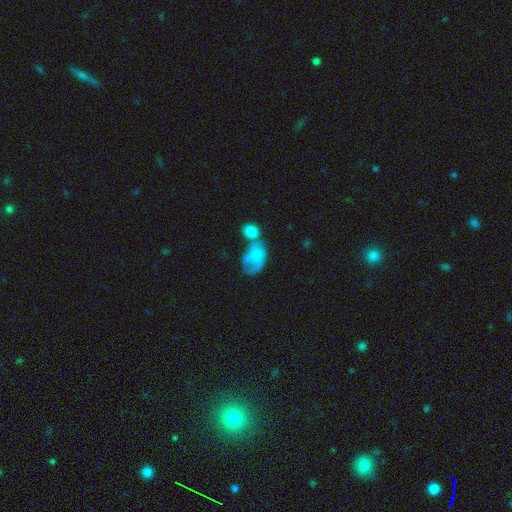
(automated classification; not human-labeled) Overall: smooth (67%). How rounded: in between (82%). Merging: merger (40%; major disturbance 22%).